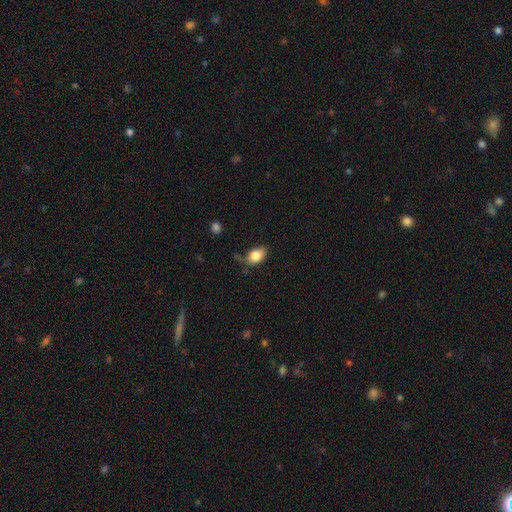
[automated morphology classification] smooth-or-featured: smooth: 83% | featured or disk: 9% | star or artifact: 8%
  how-rounded: in between: 86% | round: 12% | cigar-shaped: 2%
  merging: none: 65% | minor disturbance: 25% | major disturbance: 5% | merger: 4%